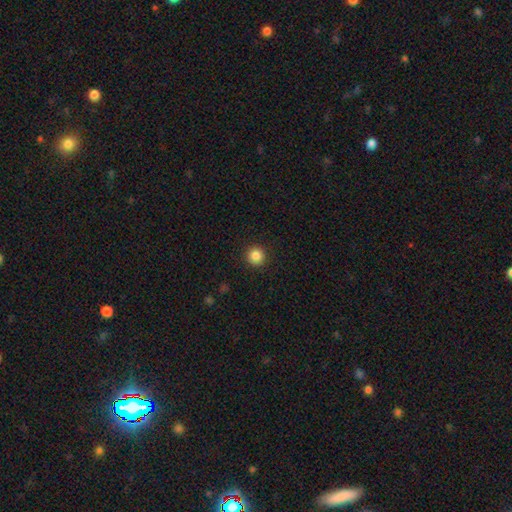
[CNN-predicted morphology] A smooth galaxy with no disk features (85%) that is round (95%). Merging: none (92%).